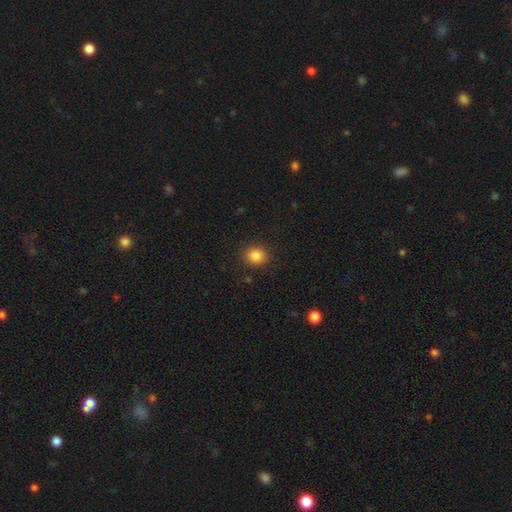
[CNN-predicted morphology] Smooth or featured: smooth — 85% (star or artifact — 11%)
How rounded: round — 76% (in between — 23%)
Merging: none — 90% (minor disturbance — 7%)